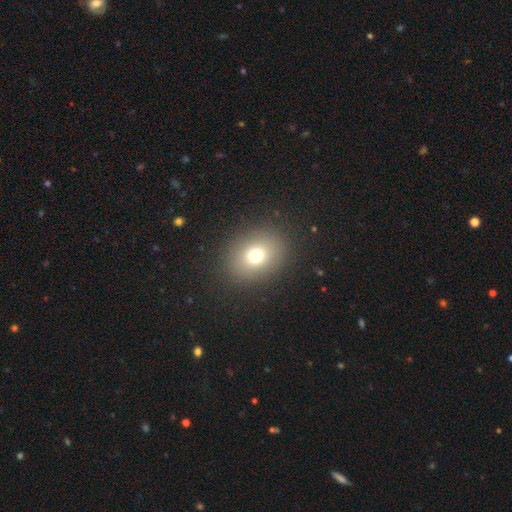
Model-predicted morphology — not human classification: This is likely a smooth galaxy (73%). How rounded: possibly round (54%). Merging: clearly none (87%).